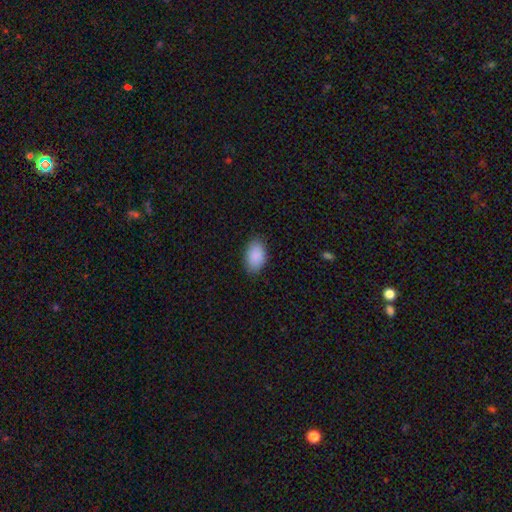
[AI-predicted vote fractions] Q: Smooth or featured?
A: smooth (90%); runner-up: star or artifact (6%)
Q: How rounded?
A: in between (92%); runner-up: round (7%)
Q: Merging?
A: none (86%); runner-up: minor disturbance (11%)